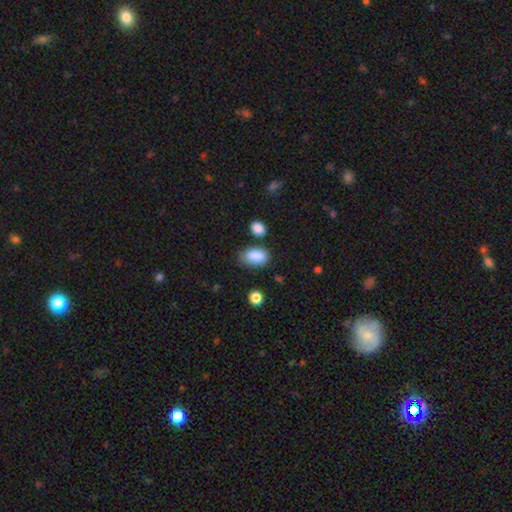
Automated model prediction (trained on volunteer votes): Morphology: type=smooth (88%); roundness=in between (92%); merging=none (70%).